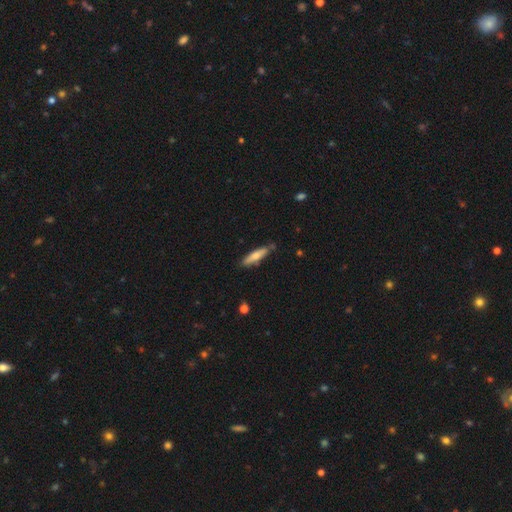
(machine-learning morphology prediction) Overall: smooth (62%; featured or disk 33%). How rounded: cigar-shaped (78%). Merging: none (78%).